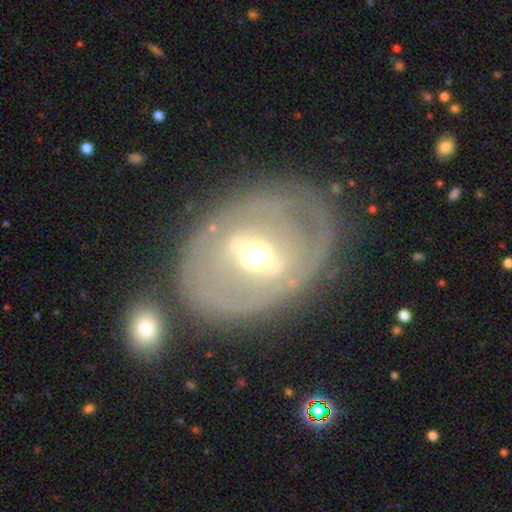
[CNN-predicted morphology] smooth-or-featured: featured or disk: 71% | smooth: 22% | star or artifact: 7%
  disk-edge-on: no: 90% | yes: 10%
    bar: strong: 40% | weak: 34% | no: 26%
    has-spiral-arms: no: 64% | yes: 36%
    bulge-size: moderate: 64% | small: 22% | large: 11% | dominant: 2% | none: 1%
  merging: none: 75% | minor disturbance: 14% | major disturbance: 8% | merger: 2%